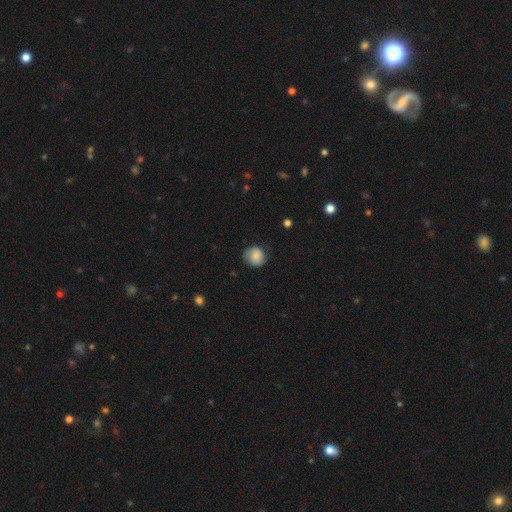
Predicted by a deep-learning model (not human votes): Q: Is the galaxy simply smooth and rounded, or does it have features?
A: smooth — 80%.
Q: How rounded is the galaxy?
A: round — 85%.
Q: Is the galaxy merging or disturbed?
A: none — 77%.